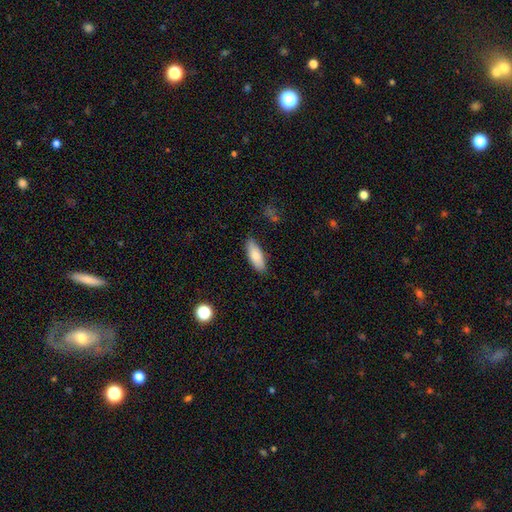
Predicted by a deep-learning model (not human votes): A smooth galaxy with no disk features (82%) that is in between round and cigar-shaped (70%).

Vote fractions:
- Smooth or featured? smooth: 82% / featured or disk: 11% / star or artifact: 6%
- How rounded? in between: 70% / cigar-shaped: 28% / round: 2%
- Merging? none: 86% / minor disturbance: 11% / major disturbance: 2% / merger: 1%